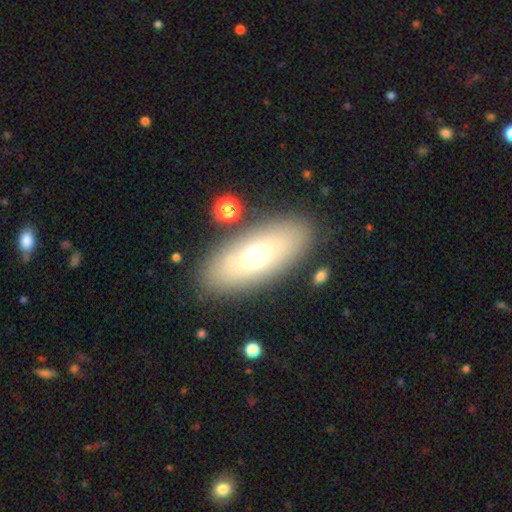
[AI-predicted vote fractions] Overall: smooth (63%; featured or disk 30%). How rounded: in between (80%). Merging: none (84%).